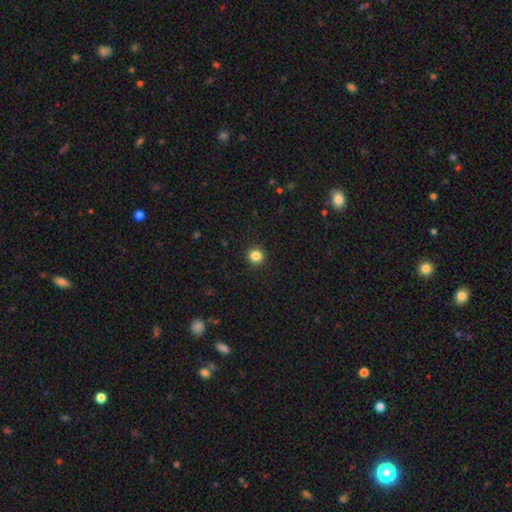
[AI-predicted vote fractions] smooth-or-featured: smooth: 84% | star or artifact: 12% | featured or disk: 4%
  how-rounded: round: 92% | in between: 7% | cigar-shaped: 1%
  merging: none: 93% | minor disturbance: 5% | major disturbance: 2% | merger: 1%